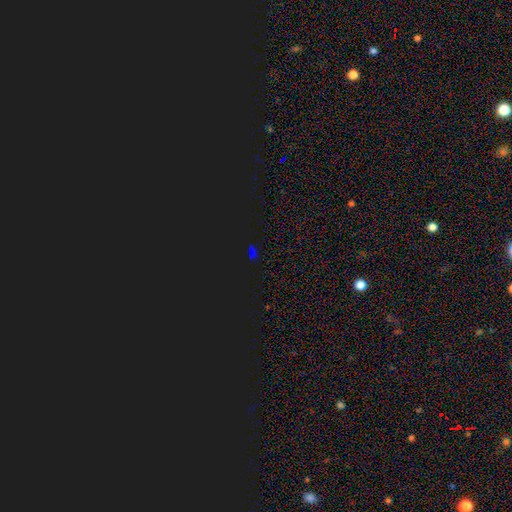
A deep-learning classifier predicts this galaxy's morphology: smooth-or-featured: star or artifact: 69% | smooth: 22% | featured or disk: 9%